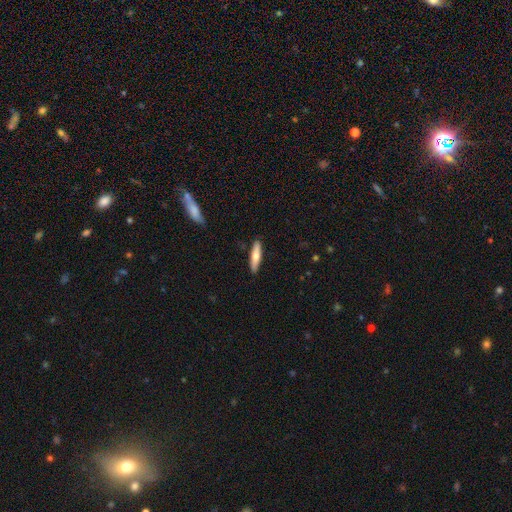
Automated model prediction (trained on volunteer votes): Q: Smooth or featured?
A: smooth (65%); runner-up: featured or disk (30%)
Q: How rounded?
A: cigar-shaped (79%); runner-up: in between (20%)
Q: Merging?
A: none (89%); runner-up: minor disturbance (8%)